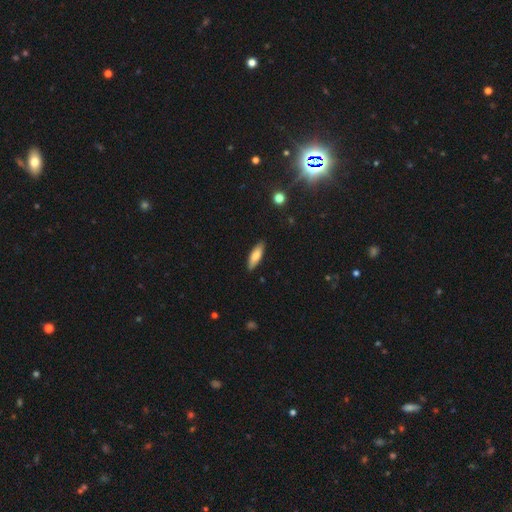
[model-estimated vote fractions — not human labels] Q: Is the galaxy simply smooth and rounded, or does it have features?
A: smooth — 78%.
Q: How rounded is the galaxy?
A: in between — 51%.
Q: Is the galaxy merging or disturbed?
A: none — 87%.